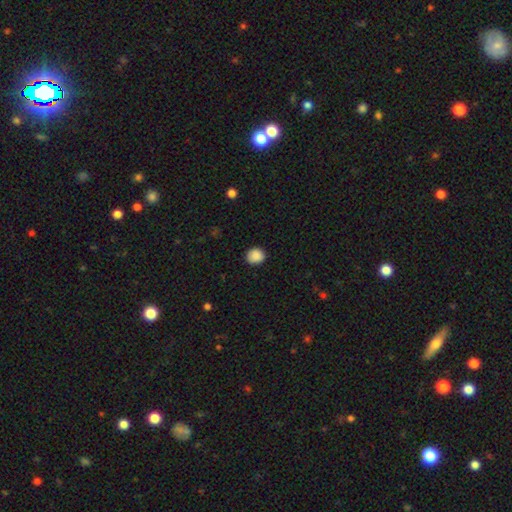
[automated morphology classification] Q: Smooth or featured?
A: smooth (89%); runner-up: star or artifact (9%)
Q: How rounded?
A: round (76%); runner-up: in between (23%)
Q: Merging?
A: none (87%); runner-up: minor disturbance (10%)